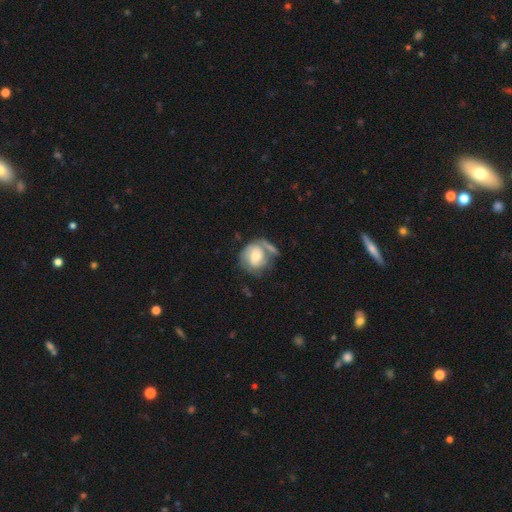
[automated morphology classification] Q: Smooth or featured?
A: featured or disk (52%); runner-up: smooth (42%)
Q: Edge-on disk?
A: no (96%); runner-up: yes (4%)
Q: Merging?
A: none (43%); runner-up: minor disturbance (22%)